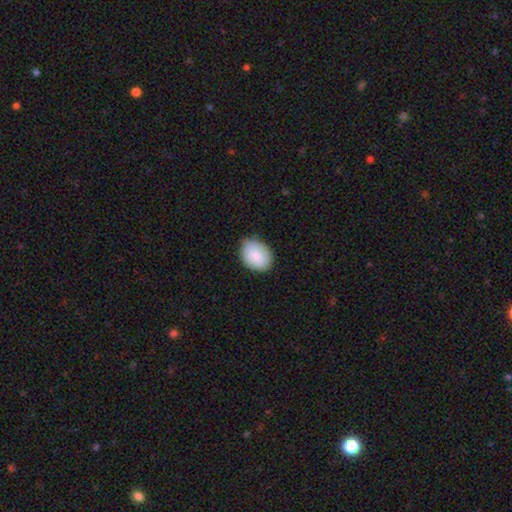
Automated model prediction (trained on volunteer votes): Overall: smooth (86%). How rounded: in between (74%). Merging: none (78%).